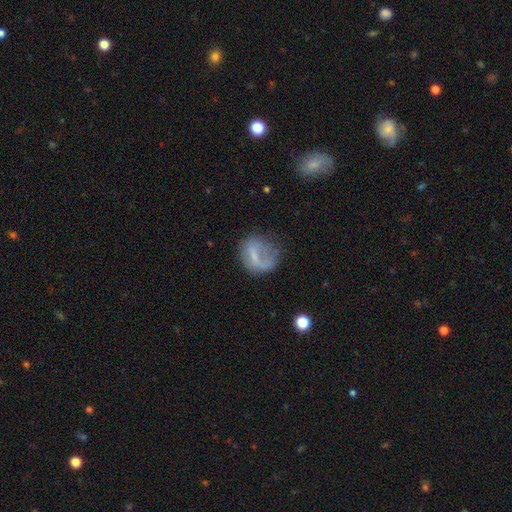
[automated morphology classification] The model was most divided on "merging": none: 44%, major disturbance: 27%, minor disturbance: 26%, merger: 3%. More confident: how rounded — round (62%); smooth or featured — smooth (54%).